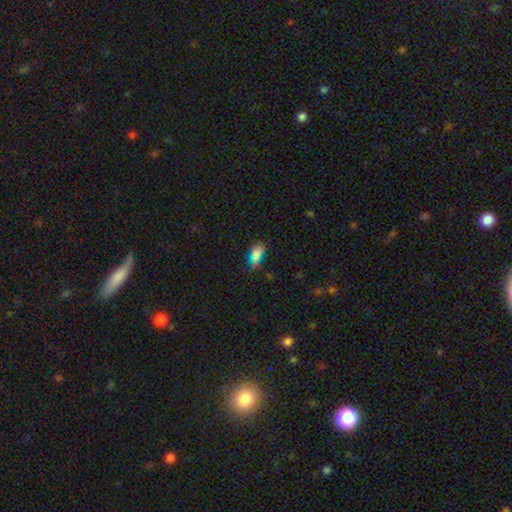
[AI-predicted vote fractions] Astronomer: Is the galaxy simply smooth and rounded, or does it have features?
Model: smooth — 61%.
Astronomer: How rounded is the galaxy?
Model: in between — 78%.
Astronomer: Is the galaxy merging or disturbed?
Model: none — 67%.